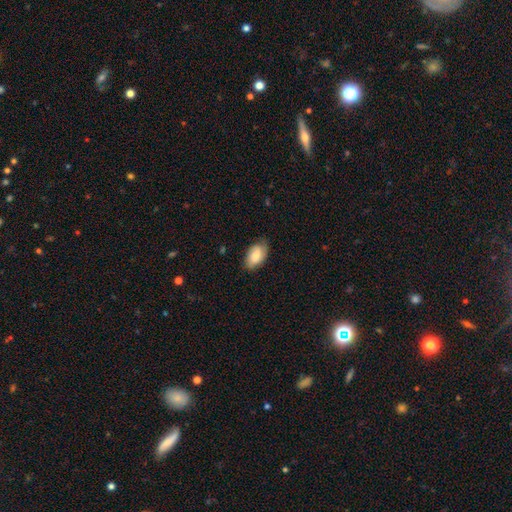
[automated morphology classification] A smooth galaxy with no disk features (71%) that is in between round and cigar-shaped (93%).

Vote fractions:
- Smooth or featured? smooth: 71% / featured or disk: 22% / star or artifact: 7%
- How rounded? in between: 93% / round: 5% / cigar-shaped: 2%
- Merging? none: 71% / minor disturbance: 23% / major disturbance: 5% / merger: 1%